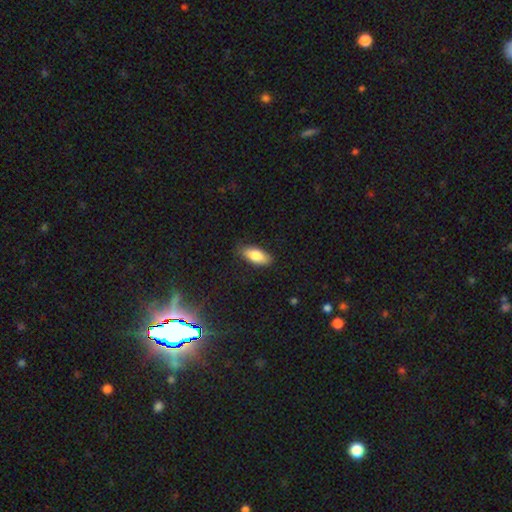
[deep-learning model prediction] This appears to be a smooth galaxy with no disk features (80%) that is in between round and cigar-shaped (82%). Merging: none (83%).